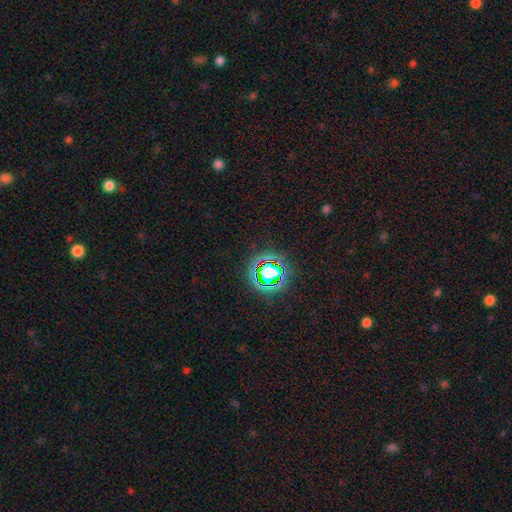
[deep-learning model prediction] Q: Smooth or featured?
A: star or artifact (78%); runner-up: smooth (15%)